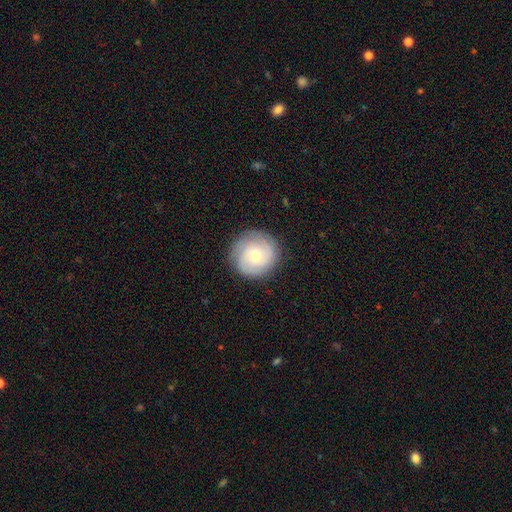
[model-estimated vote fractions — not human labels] smooth 47%, featured or disk 45%, star or artifact 8%. Down the decision tree: merging — none (85%).